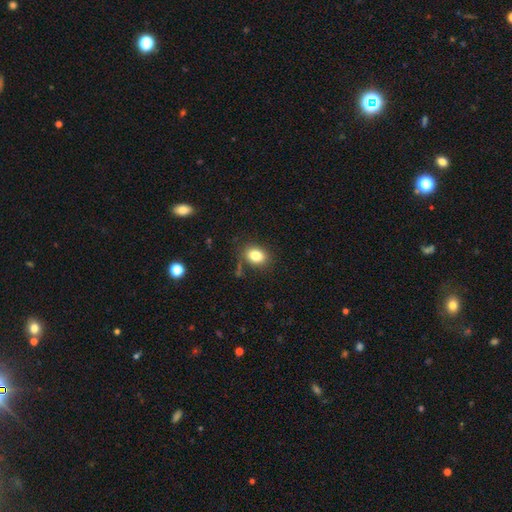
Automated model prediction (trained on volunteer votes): smooth_or_featured: smooth (p=0.83) [alt: star or artifact p=0.09]
how_rounded: in between (p=0.73) [alt: round p=0.26]
merging: none (p=0.77) [alt: minor disturbance p=0.14]